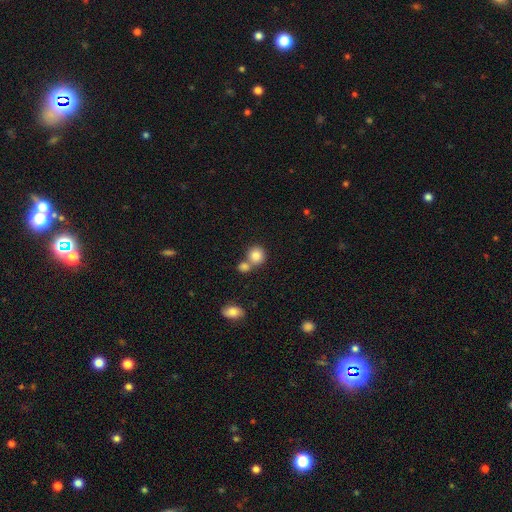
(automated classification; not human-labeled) smooth_or_featured: smooth (p=0.84) [alt: star or artifact p=0.09]
how_rounded: round (p=0.85) [alt: in between p=0.14]
merging: none (p=0.50) [alt: merger p=0.39]